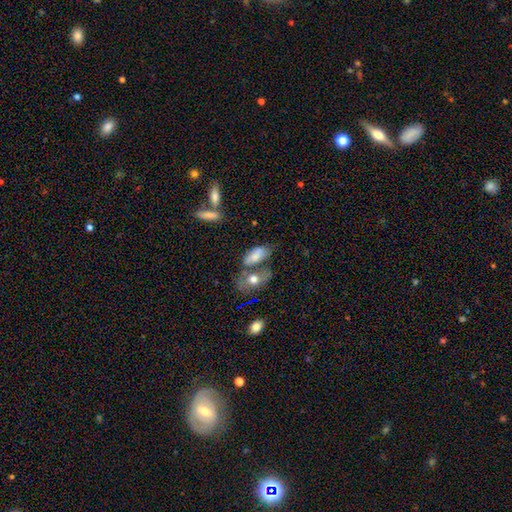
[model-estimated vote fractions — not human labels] Smooth or featured: smooth — 71% (featured or disk — 21%)
How rounded: in between — 88% (cigar-shaped — 7%)
Merging: none — 36% (merger — 32%)